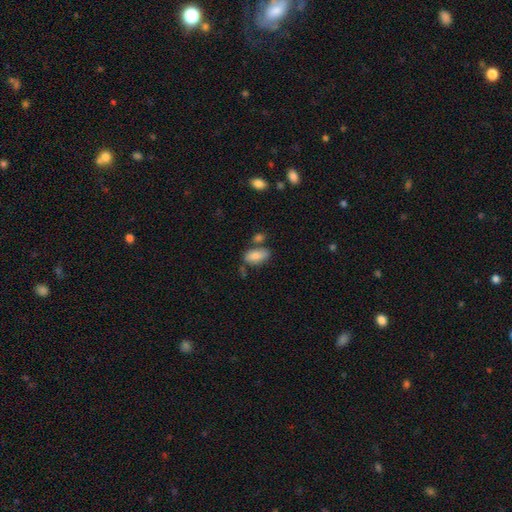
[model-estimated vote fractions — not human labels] Overall: smooth (84%). How rounded: in between (90%). Merging: none (61%).